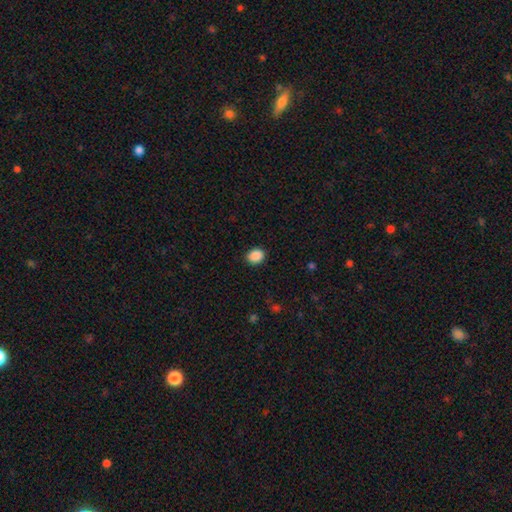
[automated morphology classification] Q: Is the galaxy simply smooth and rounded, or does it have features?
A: smooth — 89%.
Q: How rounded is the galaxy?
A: round — 54%.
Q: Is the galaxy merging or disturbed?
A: none — 90%.